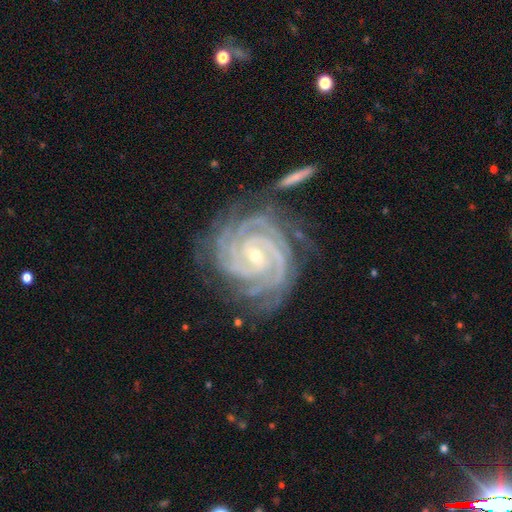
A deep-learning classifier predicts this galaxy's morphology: A featured or disk galaxy (94%) with a weak bar (40%), 4 (31%) tight (84%) spiral arms (99%) and a small central bulge (65%). Merging: none (69%).